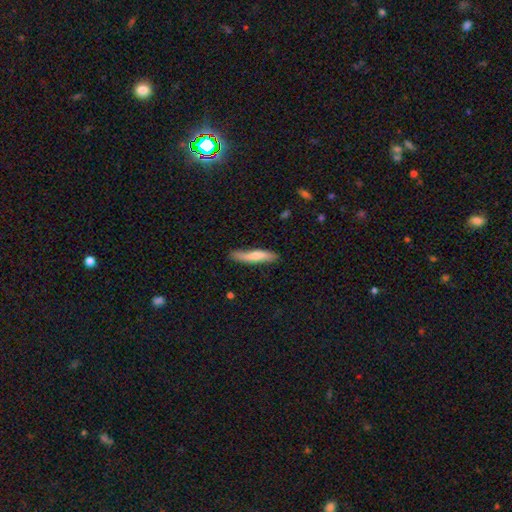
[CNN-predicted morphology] Q: Smooth or featured?
A: smooth (67%); runner-up: featured or disk (28%)
Q: How rounded?
A: cigar-shaped (85%); runner-up: in between (13%)
Q: Merging?
A: none (75%); runner-up: minor disturbance (19%)